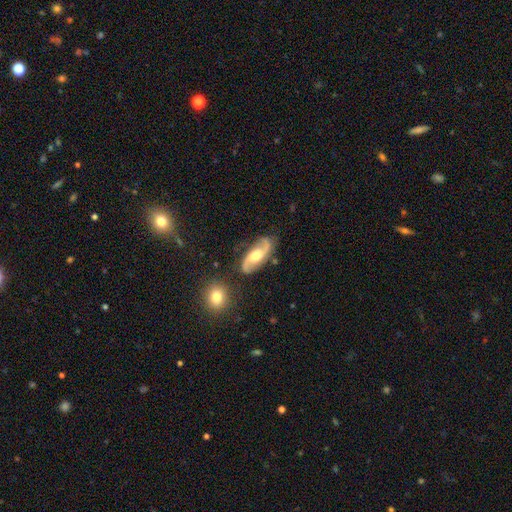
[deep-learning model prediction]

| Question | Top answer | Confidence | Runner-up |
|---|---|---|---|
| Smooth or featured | featured or disk | 81% | smooth (13%) |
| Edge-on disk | no | 94% | yes (6%) |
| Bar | no | 55% | weak (35%) |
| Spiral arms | yes | 96% | no (4%) |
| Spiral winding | medium | 43% | loose (42%) |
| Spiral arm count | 2 | 92% | can't tell (3%) |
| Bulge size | moderate | 69% | large (14%) |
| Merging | none | 78% | minor disturbance (14%) |